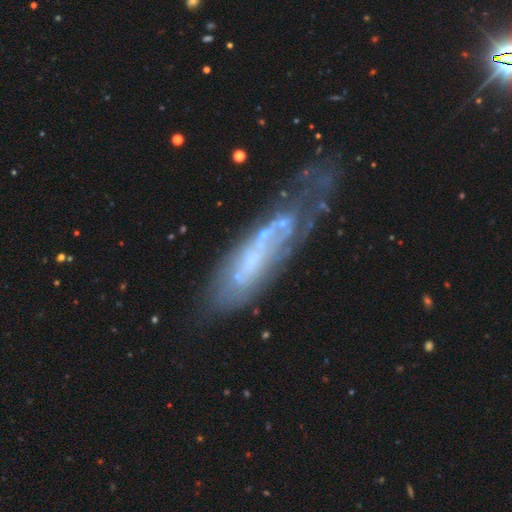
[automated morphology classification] featured or disk 64%, smooth 25%, star or artifact 11%. Down the decision tree: edge-on disk — no (71%); merging — none (43%).